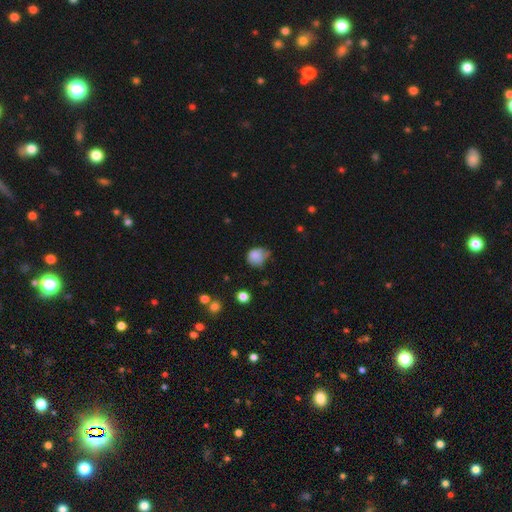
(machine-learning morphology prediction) This appears to be a smooth galaxy with no disk features (79%) that is round (63%). Merging: minor disturbance (41%).